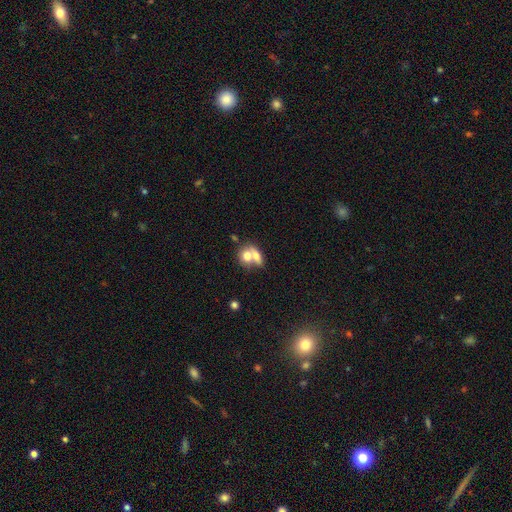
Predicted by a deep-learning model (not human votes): Smooth or featured?
  - smooth: 67% *
  - featured or disk: 24%
  - star or artifact: 8%
How rounded?
  - in between: 51% *
  - round: 45%
  - cigar-shaped: 4%
Merging?
  - merger: 67% *
  - none: 23%
  - minor disturbance: 6%
  - major disturbance: 4%